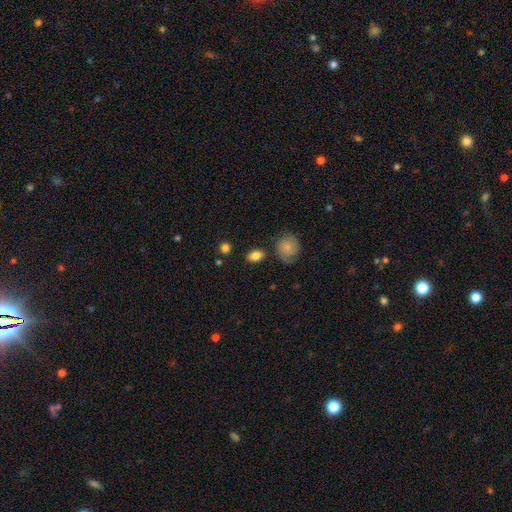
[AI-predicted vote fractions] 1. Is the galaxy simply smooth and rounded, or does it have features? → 82% smooth, 10% featured or disk, 8% star or artifact.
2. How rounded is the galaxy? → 78% in between, 20% round, 2% cigar-shaped.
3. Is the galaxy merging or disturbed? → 81% none, 12% minor disturbance, 4% merger, 3% major disturbance.